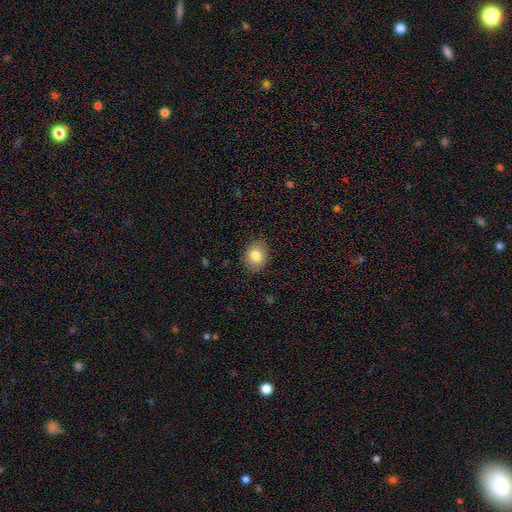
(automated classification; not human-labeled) This is clearly a smooth galaxy (82%). How rounded: likely round (62%). Merging: clearly none (86%).